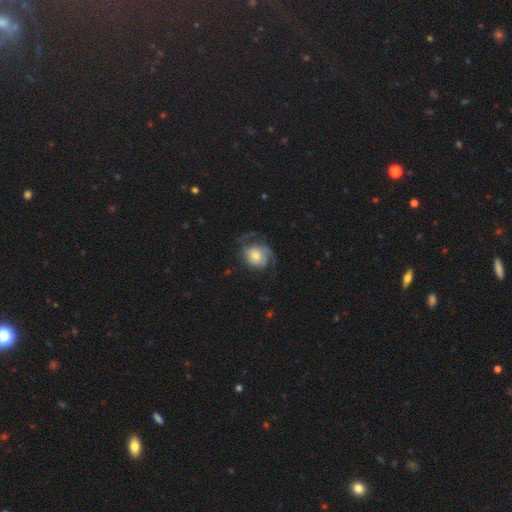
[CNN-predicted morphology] This appears to be a featured or disk galaxy (56%) with no bar (79%), spiral arms (83%) and a moderate central bulge (43%). Merging: none (49%).